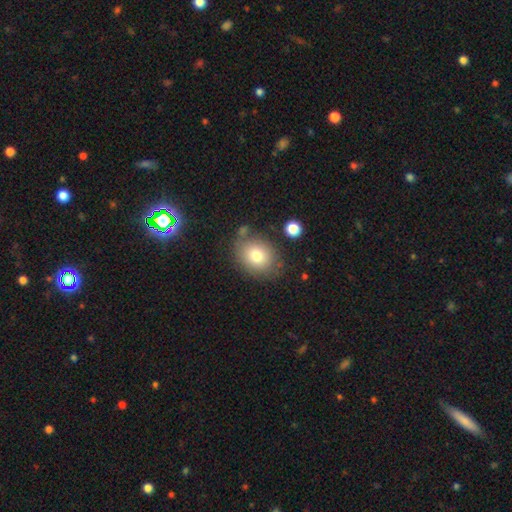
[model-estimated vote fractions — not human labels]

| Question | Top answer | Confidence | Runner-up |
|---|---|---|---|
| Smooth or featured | smooth | 65% | star or artifact (20%) |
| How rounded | round | 57% | in between (42%) |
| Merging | none | 79% | minor disturbance (12%) |